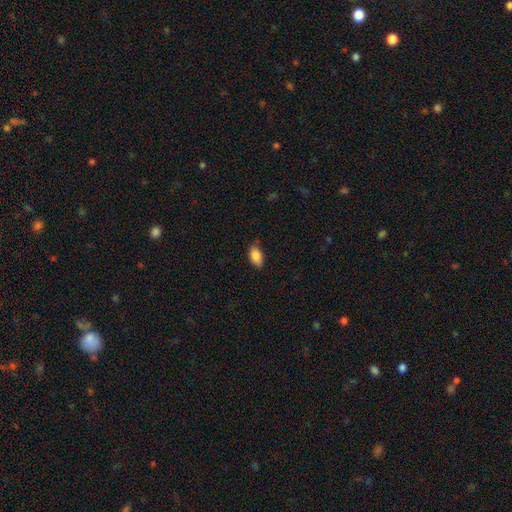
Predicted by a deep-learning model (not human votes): smooth_or_featured: smooth (p=0.87) [alt: star or artifact p=0.07]
how_rounded: in between (p=0.92) [alt: round p=0.04]
merging: none (p=0.77) [alt: minor disturbance p=0.19]